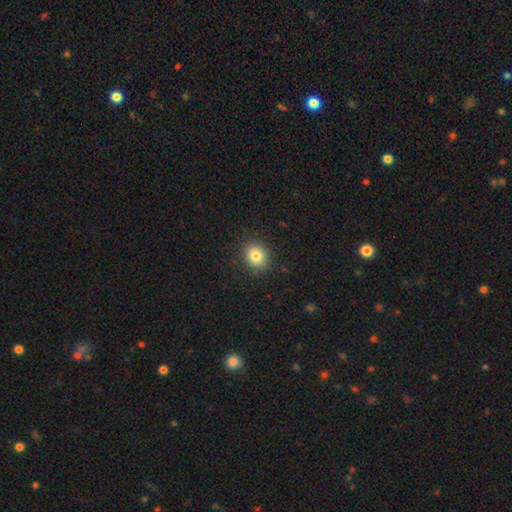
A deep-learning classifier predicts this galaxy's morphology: Smooth or featured?
  - smooth: 82% *
  - star or artifact: 11%
  - featured or disk: 6%
How rounded?
  - round: 83% *
  - in between: 17%
  - cigar-shaped: 1%
Merging?
  - none: 90% *
  - minor disturbance: 7%
  - major disturbance: 2%
  - merger: 1%